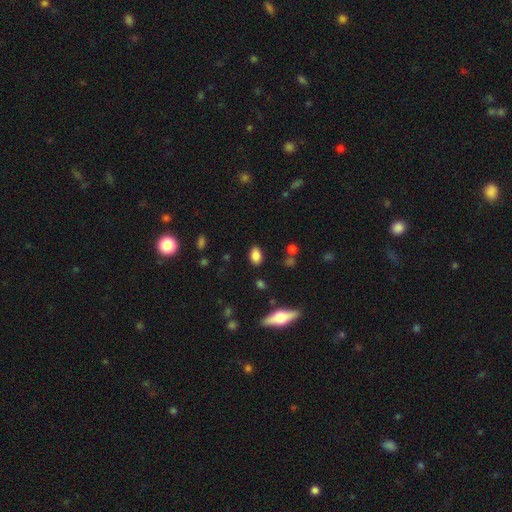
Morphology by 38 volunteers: Smooth or featured?
  - smooth: 76% *
  - featured or disk: 16%
  - star or artifact: 8%
How rounded?
  - in between: 90% *
  - cigar-shaped: 10%
  - round: 0%
Merging?
  - none: 80% *
  - minor disturbance: 14%
  - major disturbance: 3%
  - merger: 3%